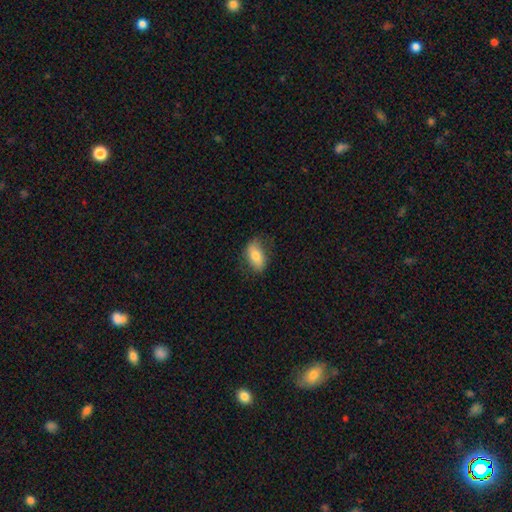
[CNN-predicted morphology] Q: Smooth or featured?
A: smooth (74%); runner-up: featured or disk (19%)
Q: How rounded?
A: in between (89%); runner-up: round (6%)
Q: Merging?
A: none (76%); runner-up: minor disturbance (19%)